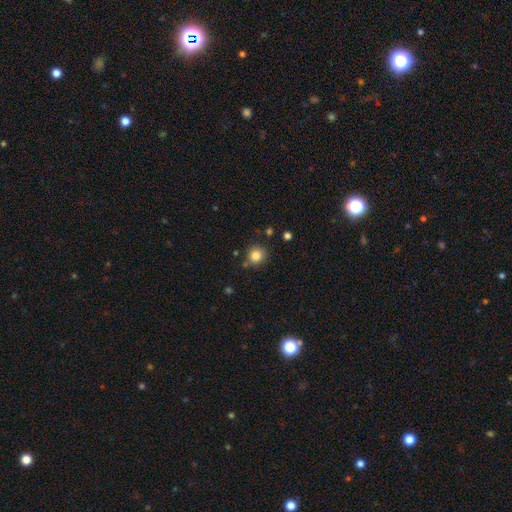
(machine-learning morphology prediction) A smooth galaxy with no disk features (85%) that is round (91%). Merging: none (81%).